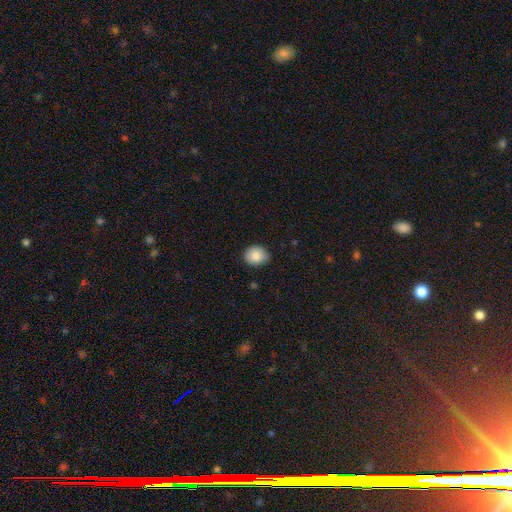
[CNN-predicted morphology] smooth-or-featured: smooth: 86% | star or artifact: 8% | featured or disk: 6%
  how-rounded: round: 60% | in between: 39% | cigar-shaped: 1%
  merging: none: 78% | minor disturbance: 18% | major disturbance: 2% | merger: 1%